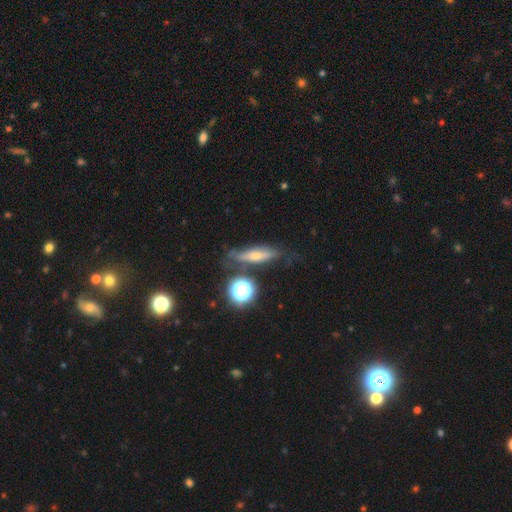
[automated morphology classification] featured or disk 46%, smooth 39%, star or artifact 15%. Down the decision tree: merging — none (64%).